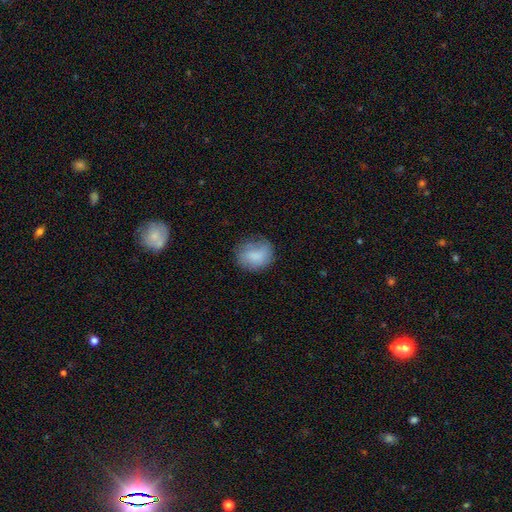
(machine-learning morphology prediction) Smooth or featured: smooth — 80% (featured or disk — 13%)
How rounded: round — 67% (in between — 32%)
Merging: none — 66% (minor disturbance — 24%)